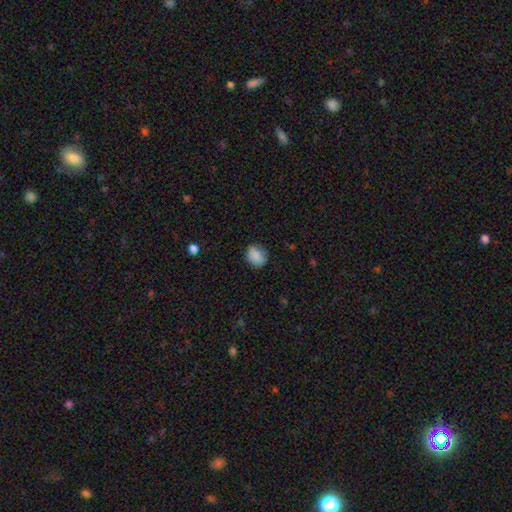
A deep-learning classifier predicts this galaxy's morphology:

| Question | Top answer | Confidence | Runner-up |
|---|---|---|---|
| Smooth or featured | smooth | 84% | featured or disk (8%) |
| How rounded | round | 69% | in between (30%) |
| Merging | none | 78% | minor disturbance (17%) |